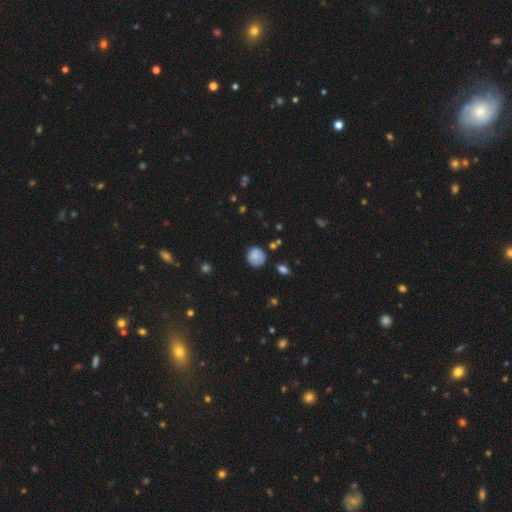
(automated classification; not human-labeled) A smooth galaxy with no disk features (80%) that is round (87%). Merging: none (69%).